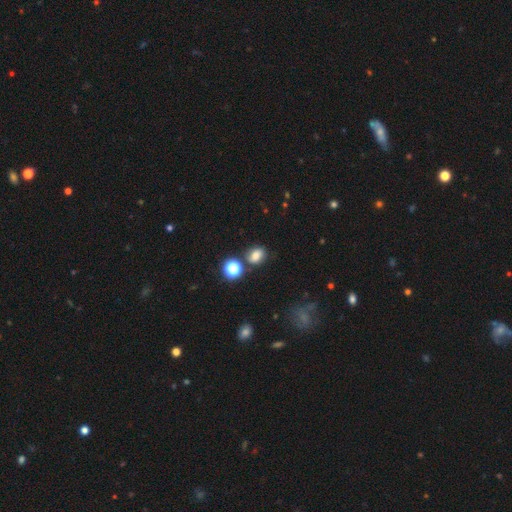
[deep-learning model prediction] The model was most divided on "how rounded": in between: 62%, round: 37%, cigar-shaped: 1%. More confident: smooth or featured — smooth (75%); merging — none (72%).